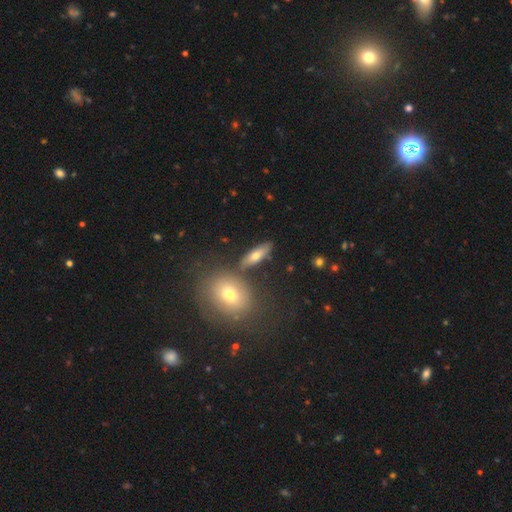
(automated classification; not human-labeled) smooth_or_featured: smooth (p=0.61) [alt: featured or disk p=0.29]
how_rounded: in between (p=0.50) [alt: cigar-shaped p=0.41]
merging: none (p=0.76) [alt: minor disturbance p=0.11]